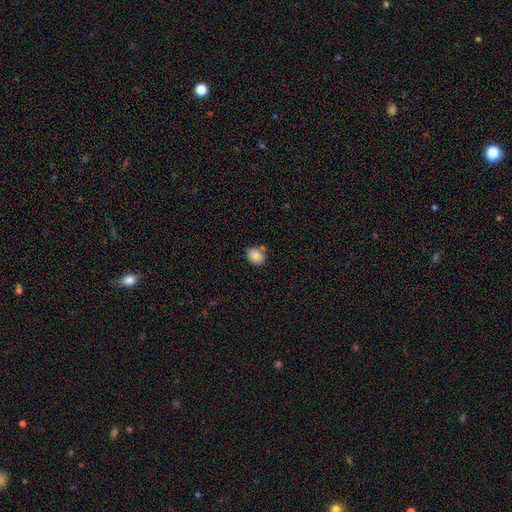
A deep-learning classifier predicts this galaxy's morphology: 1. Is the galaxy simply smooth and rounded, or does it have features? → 85% smooth, 9% star or artifact, 6% featured or disk.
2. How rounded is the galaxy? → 54% round, 45% in between, 1% cigar-shaped.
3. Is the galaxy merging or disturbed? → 73% none, 14% minor disturbance, 9% merger, 3% major disturbance.